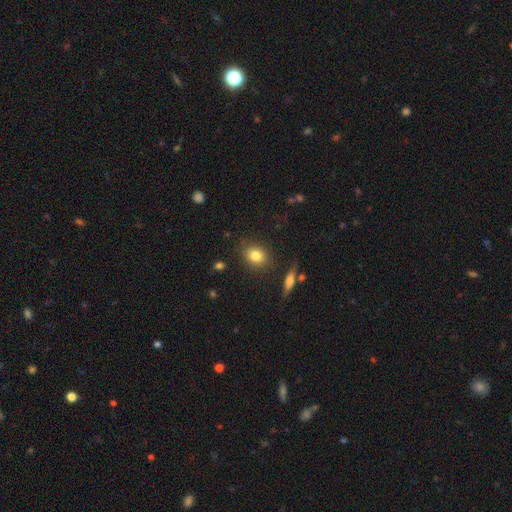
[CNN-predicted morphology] smooth 81%, star or artifact 10%, featured or disk 9%. Down the decision tree: how rounded — in between (52%); merging — none (84%).